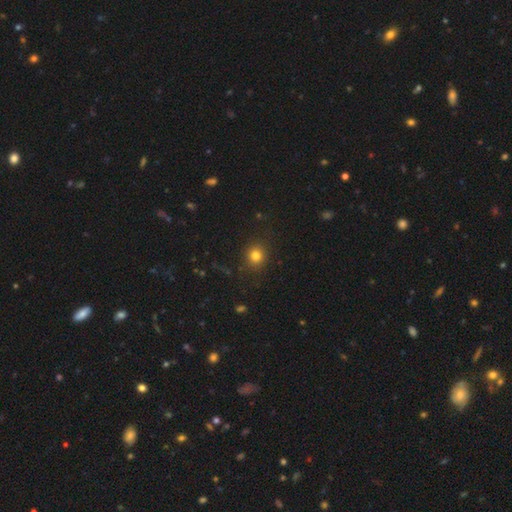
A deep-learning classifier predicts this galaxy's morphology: smooth_or_featured: smooth (p=0.80) [alt: star or artifact p=0.14]
how_rounded: round (p=0.86) [alt: in between p=0.13]
merging: none (p=0.88) [alt: minor disturbance p=0.08]